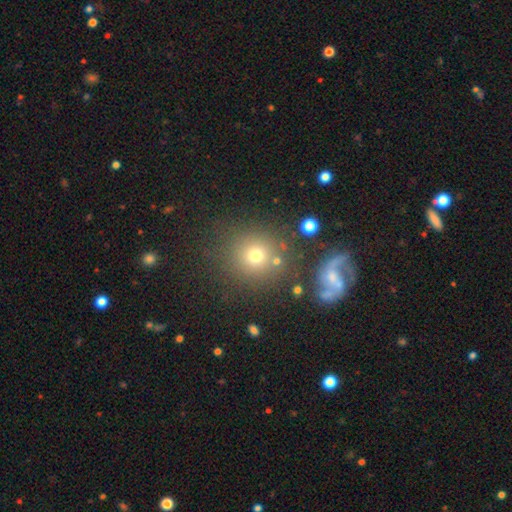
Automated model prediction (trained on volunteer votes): smooth-or-featured: smooth: 71% | star or artifact: 17% | featured or disk: 13%
  how-rounded: round: 91% | in between: 8% | cigar-shaped: 1%
  merging: none: 77% | minor disturbance: 10% | merger: 8% | major disturbance: 5%